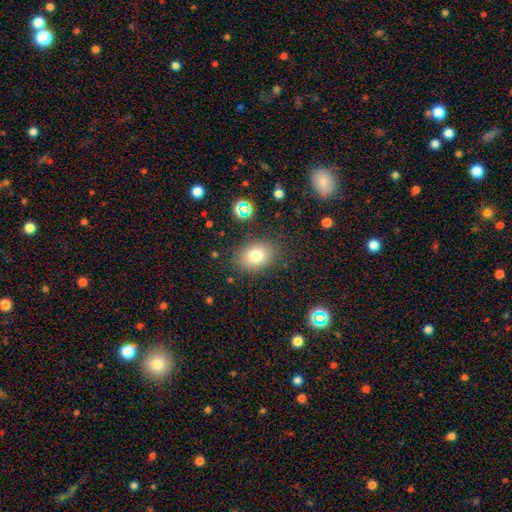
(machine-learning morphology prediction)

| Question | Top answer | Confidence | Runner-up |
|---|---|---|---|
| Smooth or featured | smooth | 78% | star or artifact (12%) |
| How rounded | in between | 64% | round (35%) |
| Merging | none | 82% | minor disturbance (12%) |